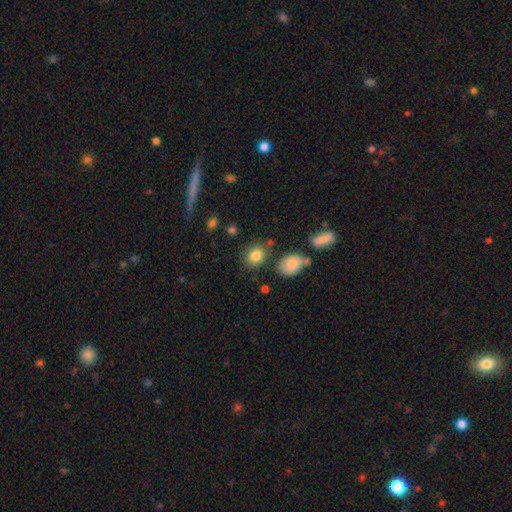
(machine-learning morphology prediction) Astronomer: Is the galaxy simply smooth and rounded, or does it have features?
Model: smooth — 84%.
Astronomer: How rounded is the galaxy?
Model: round — 52% (runner-up: in between, 47%).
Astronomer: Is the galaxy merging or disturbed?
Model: none — 77%.